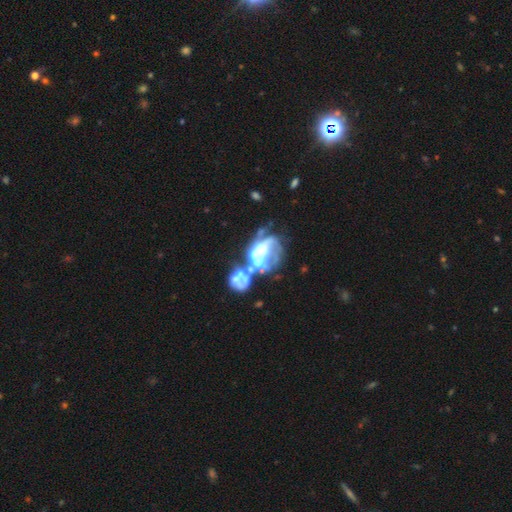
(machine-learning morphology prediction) This appears to be a featured or disk galaxy (62%) with no bar (84%), no spiral arms (79%) and no central bulge (36%). Merging: merger (42%).